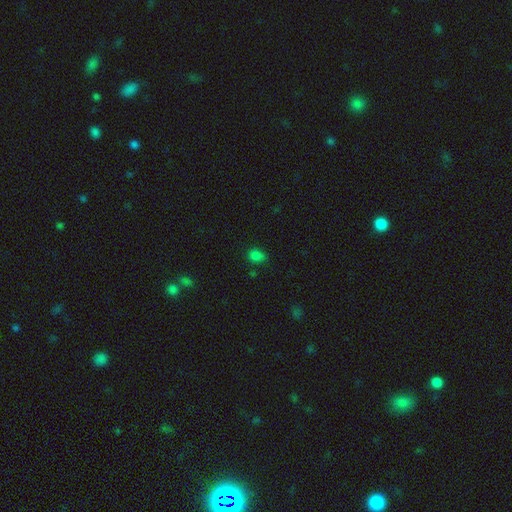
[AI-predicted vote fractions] A smooth galaxy with no disk features (77%) that is in between round and cigar-shaped (66%).

Vote fractions:
- Smooth or featured? smooth: 77% / star or artifact: 19% / featured or disk: 4%
- How rounded? in between: 66% / round: 32% / cigar-shaped: 2%
- Merging? none: 70% / minor disturbance: 22% / major disturbance: 5% / merger: 3%